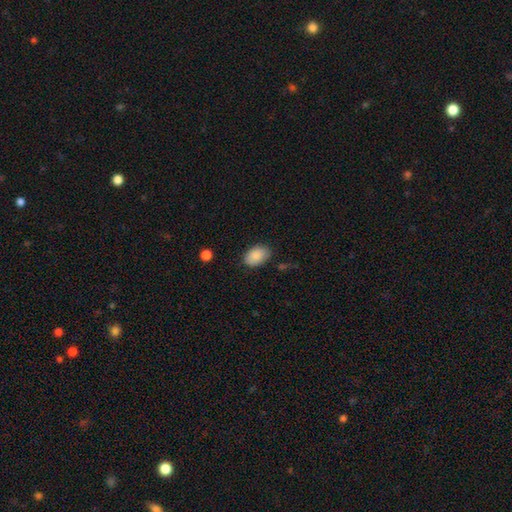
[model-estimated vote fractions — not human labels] Smooth or featured? Predicted: smooth (p=0.88). How rounded? Predicted: in between (p=0.88). Merging? Predicted: none (p=0.81).